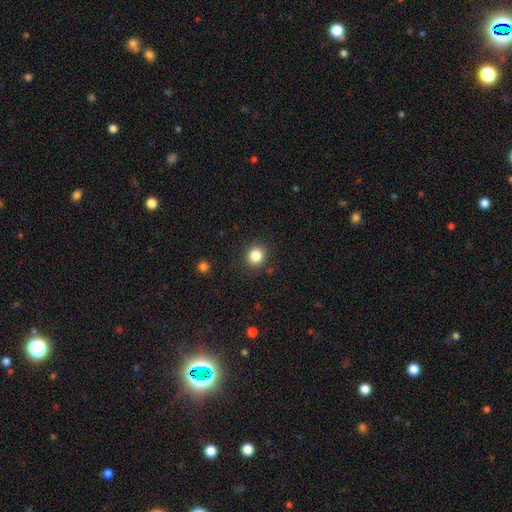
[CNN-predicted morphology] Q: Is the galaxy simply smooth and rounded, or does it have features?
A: smooth — 84%.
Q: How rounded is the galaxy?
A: round — 81%.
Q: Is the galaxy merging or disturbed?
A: none — 88%.